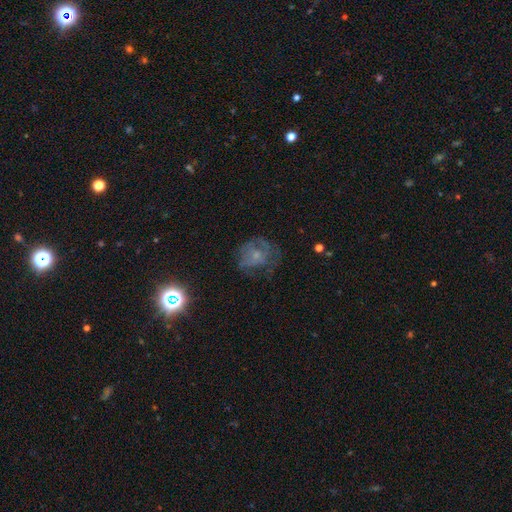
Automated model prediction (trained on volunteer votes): This appears to be a featured or disk galaxy (48%). Merging: none (51%).